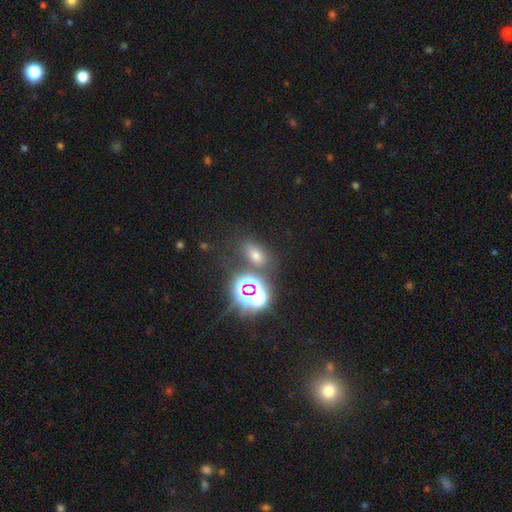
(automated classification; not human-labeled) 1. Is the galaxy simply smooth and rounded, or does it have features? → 51% smooth, 38% star or artifact, 11% featured or disk.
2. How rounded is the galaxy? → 76% in between, 21% round, 4% cigar-shaped.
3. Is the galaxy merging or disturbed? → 72% none, 12% minor disturbance, 10% merger, 6% major disturbance.